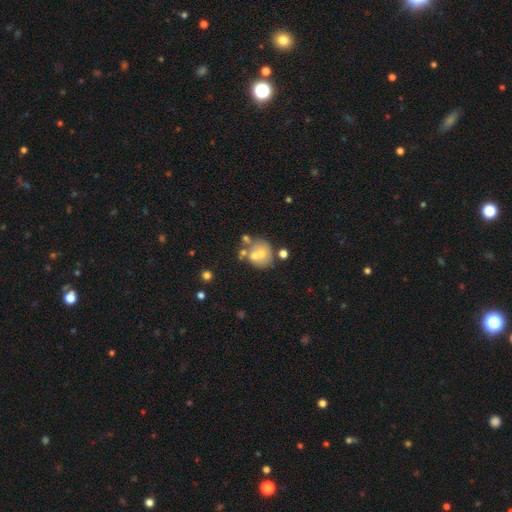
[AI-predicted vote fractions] Smooth or featured: smooth — 49% (featured or disk — 39%)
Merging: none — 45% (merger — 30%)